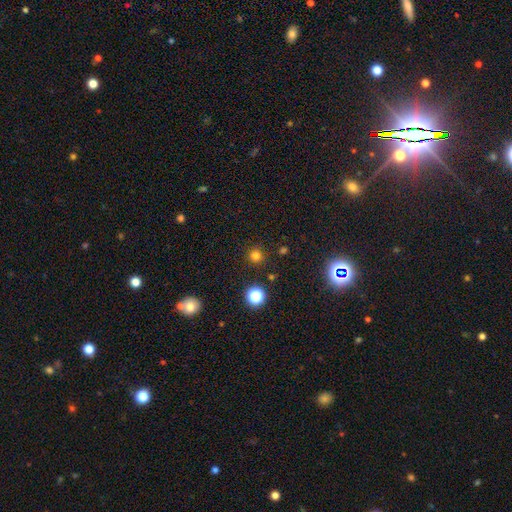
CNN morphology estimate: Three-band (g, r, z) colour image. It shows a smooth galaxy with no disk features (76%) that is round (94%). Merging: none (90%).